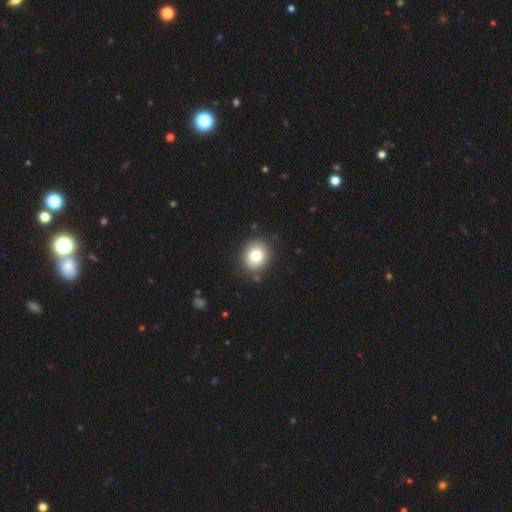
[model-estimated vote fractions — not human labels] Smooth or featured? Predicted: smooth (p=0.79). How rounded? Predicted: round (p=0.71). Merging? Predicted: none (p=0.87).